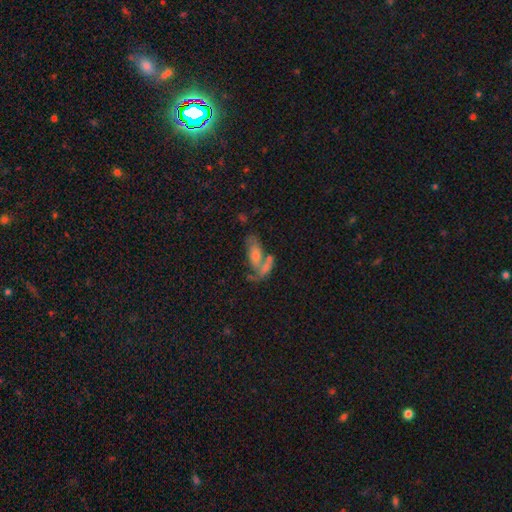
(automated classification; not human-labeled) This is possibly a smooth galaxy (50%). Merging: possibly merger (47%).